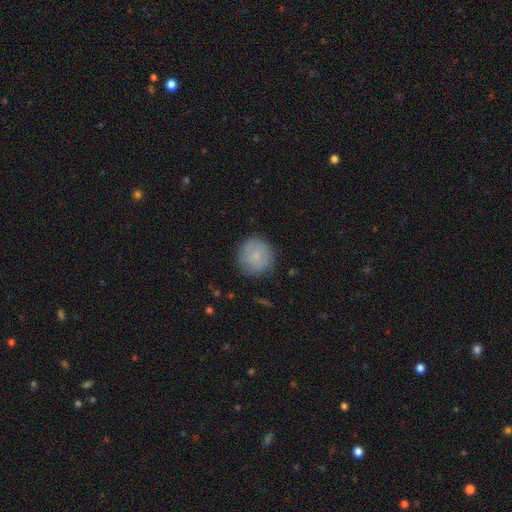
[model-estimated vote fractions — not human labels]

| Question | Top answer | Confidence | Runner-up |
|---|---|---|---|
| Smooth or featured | smooth | 76% | featured or disk (17%) |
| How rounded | round | 92% | in between (7%) |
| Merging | none | 82% | minor disturbance (13%) |